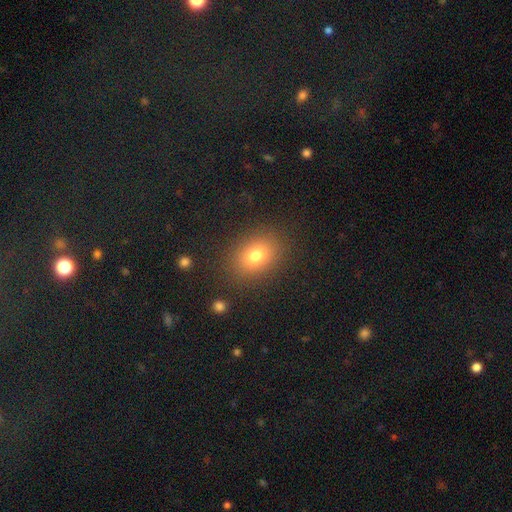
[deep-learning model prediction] smooth_or_featured: smooth (p=0.77) [alt: star or artifact p=0.12]
how_rounded: in between (p=0.61) [alt: round p=0.38]
merging: none (p=0.85) [alt: minor disturbance p=0.09]